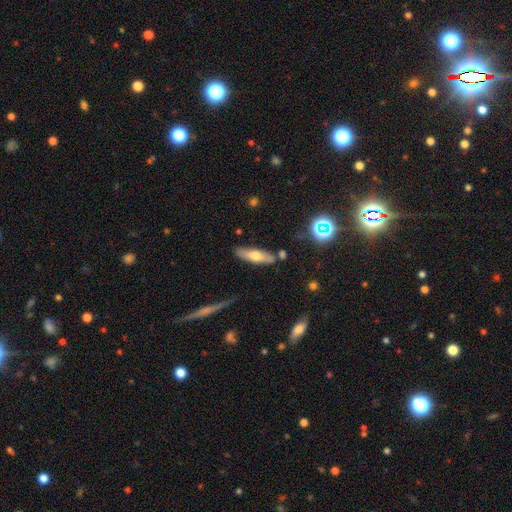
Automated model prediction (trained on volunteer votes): smooth_or_featured: smooth (p=0.59) [alt: featured or disk p=0.33]
how_rounded: cigar-shaped (p=0.60) [alt: in between p=0.38]
merging: none (p=0.79) [alt: minor disturbance p=0.13]